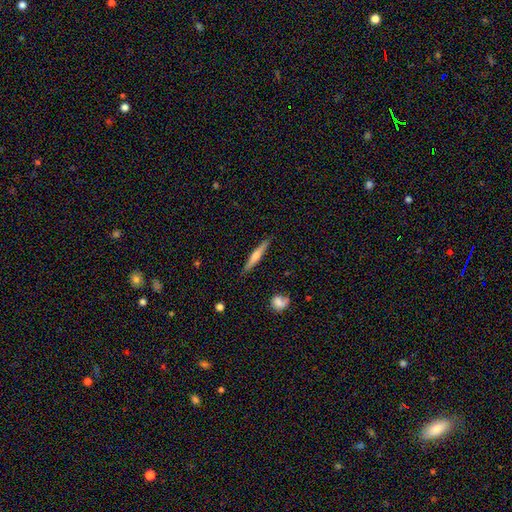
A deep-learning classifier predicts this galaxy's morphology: type=featured or disk (53%); edge-on=yes (96%); edge-on bulge=rounded (76%); merging=none (89%).